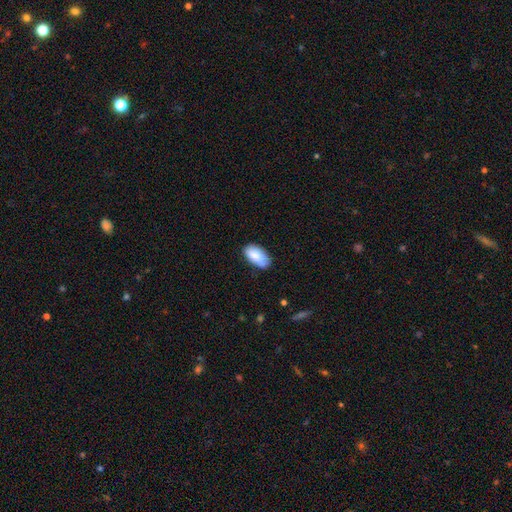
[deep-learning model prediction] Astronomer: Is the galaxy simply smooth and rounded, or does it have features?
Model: smooth — 83%.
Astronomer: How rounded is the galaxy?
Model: in between — 95%.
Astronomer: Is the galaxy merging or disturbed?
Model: none — 69%.